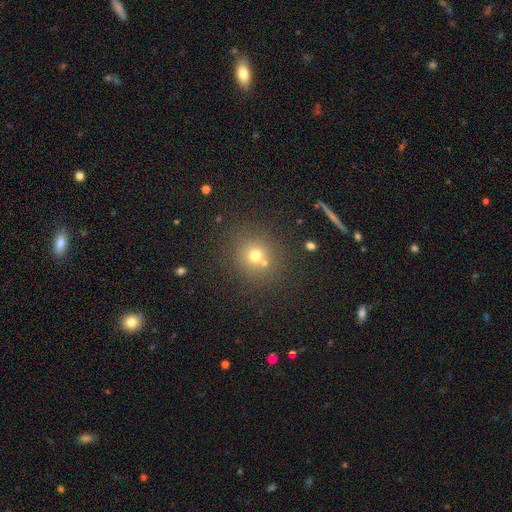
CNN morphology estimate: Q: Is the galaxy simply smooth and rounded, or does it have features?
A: smooth — 68%.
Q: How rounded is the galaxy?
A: round — 88%.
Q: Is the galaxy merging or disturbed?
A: none — 69%.